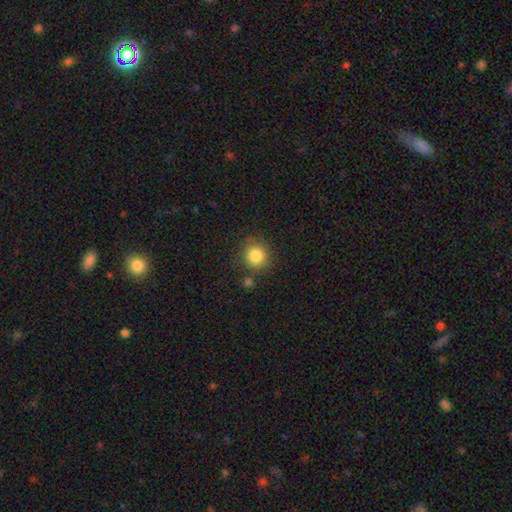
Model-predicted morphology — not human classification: Smooth or featured: smooth — 84% (star or artifact — 10%)
How rounded: round — 90% (in between — 9%)
Merging: none — 81% (minor disturbance — 10%)